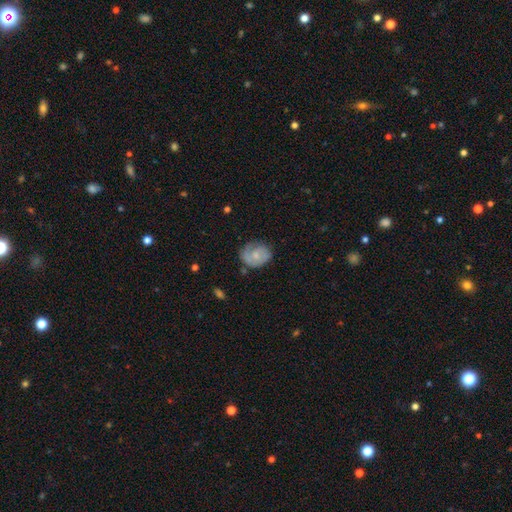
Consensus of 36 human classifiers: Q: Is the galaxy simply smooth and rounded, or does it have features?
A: featured or disk — 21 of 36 (58%).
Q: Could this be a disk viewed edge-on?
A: no — 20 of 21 (95%).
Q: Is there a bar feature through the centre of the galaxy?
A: no — 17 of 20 (85%).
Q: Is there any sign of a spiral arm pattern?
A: yes — 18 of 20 (90%).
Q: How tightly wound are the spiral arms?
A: tight — 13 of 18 (72%).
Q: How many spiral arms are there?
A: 1 — 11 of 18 (61%).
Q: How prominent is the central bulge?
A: moderate — 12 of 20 (60%).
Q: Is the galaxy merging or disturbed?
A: none — 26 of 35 (74%).